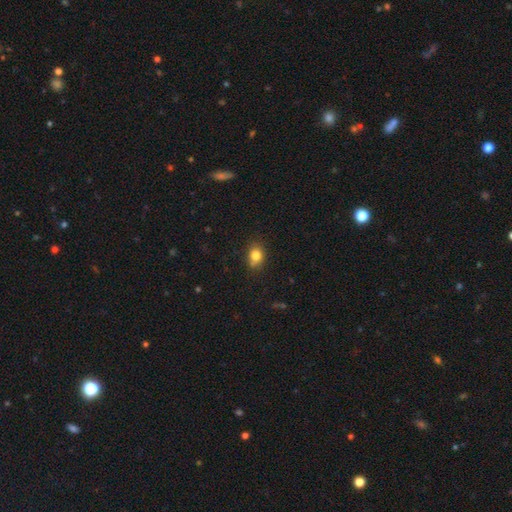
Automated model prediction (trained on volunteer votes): This appears to be a smooth galaxy with no disk features (82%) that is round (49%, tied with in between). Merging: none (75%).